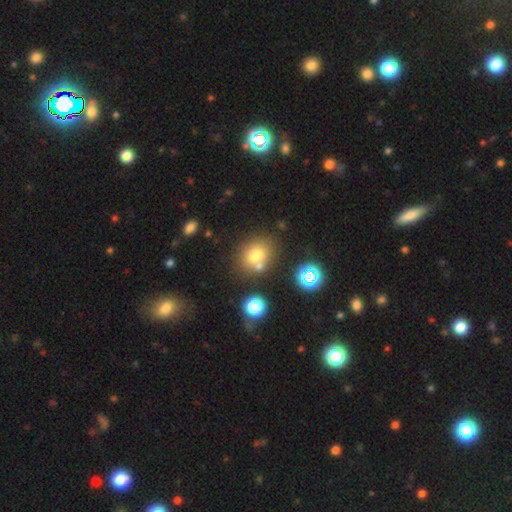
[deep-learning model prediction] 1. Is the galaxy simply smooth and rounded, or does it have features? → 72% smooth, 15% star or artifact, 13% featured or disk.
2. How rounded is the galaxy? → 65% round, 34% in between, 1% cigar-shaped.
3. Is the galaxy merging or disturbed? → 64% none, 20% merger, 12% minor disturbance, 5% major disturbance.